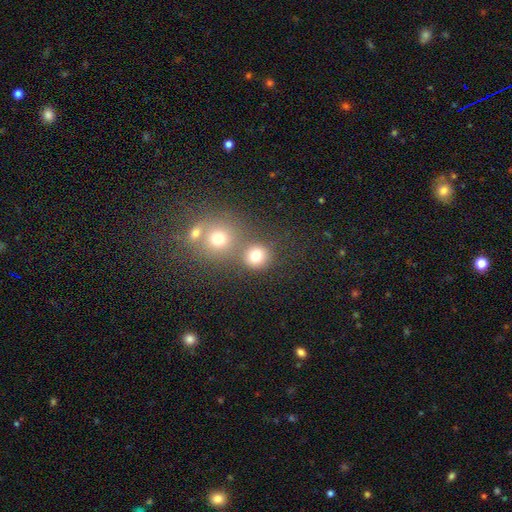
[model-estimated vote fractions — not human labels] Smooth or featured? smooth (77%)
How rounded? round (87%)
Merging? none (59%)